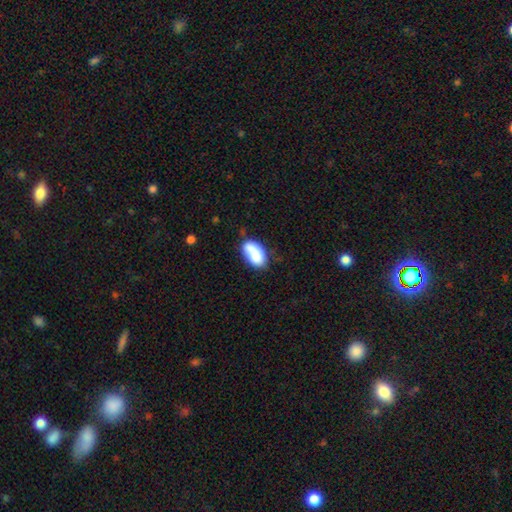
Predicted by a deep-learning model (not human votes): Q: Smooth or featured?
A: smooth (82%); runner-up: featured or disk (11%)
Q: How rounded?
A: in between (93%); runner-up: round (5%)
Q: Merging?
A: none (58%); runner-up: minor disturbance (25%)